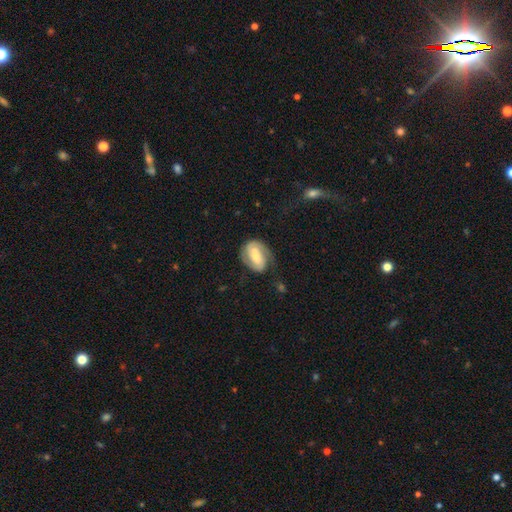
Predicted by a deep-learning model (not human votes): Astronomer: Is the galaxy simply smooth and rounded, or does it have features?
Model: featured or disk — 70%.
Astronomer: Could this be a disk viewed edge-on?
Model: no — 97%.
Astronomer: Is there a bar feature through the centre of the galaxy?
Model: strong — 41% (runner-up: weak, 38%).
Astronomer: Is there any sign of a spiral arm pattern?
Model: yes — 90%.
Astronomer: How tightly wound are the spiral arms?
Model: tight — 42% (runner-up: medium, 41%).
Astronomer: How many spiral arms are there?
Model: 2 — 74%.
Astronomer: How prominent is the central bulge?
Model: moderate — 35% (runner-up: small, 34%).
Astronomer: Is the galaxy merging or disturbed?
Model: none — 59%.